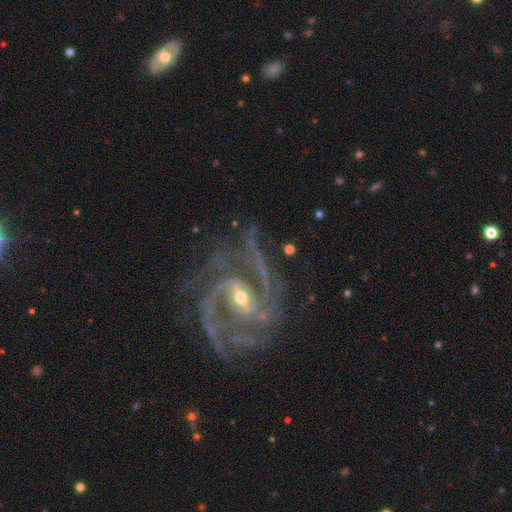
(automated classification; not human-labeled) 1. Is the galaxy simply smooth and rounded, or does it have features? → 92% featured or disk, 6% star or artifact, 2% smooth.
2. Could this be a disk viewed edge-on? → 98% no, 2% yes.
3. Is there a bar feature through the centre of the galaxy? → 43% weak, 37% strong, 21% no.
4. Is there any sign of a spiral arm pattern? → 98% yes, 2% no.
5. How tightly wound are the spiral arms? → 56% medium, 31% tight, 12% loose.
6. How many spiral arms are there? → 49% 2, 22% 3, 9% can't tell, 9% 4, 6% more than 4, 6% 1.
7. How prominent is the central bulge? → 61% small, 36% moderate, 1% large, 1% none, 1% dominant.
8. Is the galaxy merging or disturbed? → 68% none, 18% minor disturbance, 12% major disturbance, 2% merger.